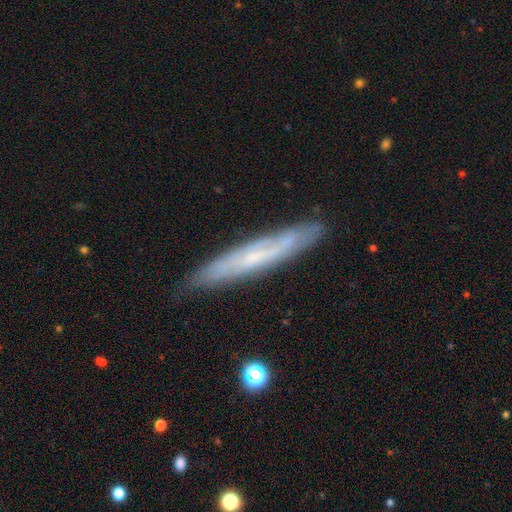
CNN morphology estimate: Overall: featured or disk (59%; smooth 34%). Edge-on disk: yes (71%). Merging: none (83%).